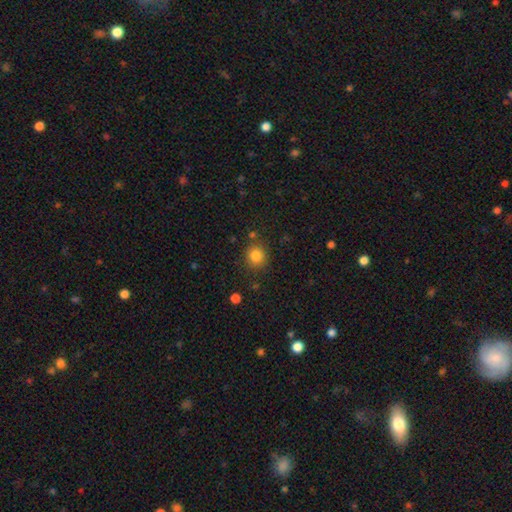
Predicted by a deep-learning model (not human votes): A smooth galaxy with no disk features (84%) that is round (88%).

Vote fractions:
- Smooth or featured? smooth: 84% / star or artifact: 11% / featured or disk: 5%
- How rounded? round: 88% / in between: 11% / cigar-shaped: 1%
- Merging? none: 84% / minor disturbance: 9% / merger: 4% / major disturbance: 3%